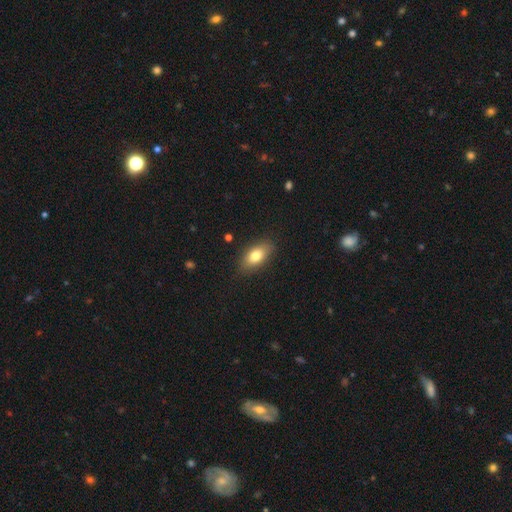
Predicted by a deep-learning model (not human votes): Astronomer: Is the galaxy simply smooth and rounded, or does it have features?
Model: smooth — 78%.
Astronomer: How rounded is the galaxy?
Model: in between — 86%.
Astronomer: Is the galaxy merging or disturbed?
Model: none — 85%.